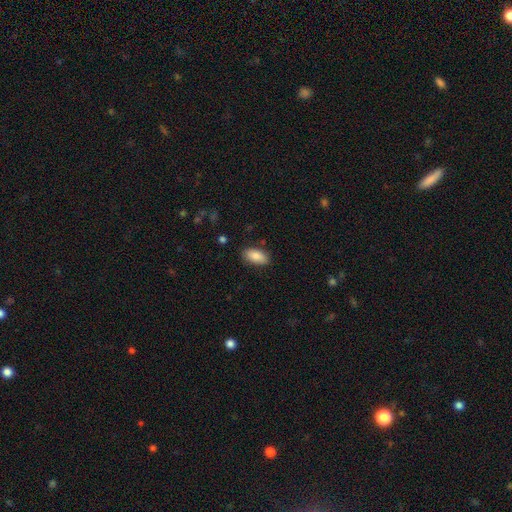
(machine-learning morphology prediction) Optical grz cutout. It shows a smooth galaxy with no disk features (85%) that is in between round and cigar-shaped (93%). Merging: none (85%).